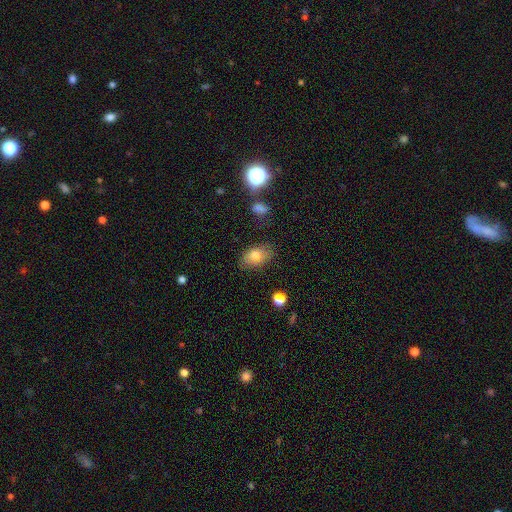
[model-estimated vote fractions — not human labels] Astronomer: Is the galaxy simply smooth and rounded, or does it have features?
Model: smooth — 77%.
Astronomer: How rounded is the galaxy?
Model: in between — 88%.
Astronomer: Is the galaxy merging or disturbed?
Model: none — 79%.